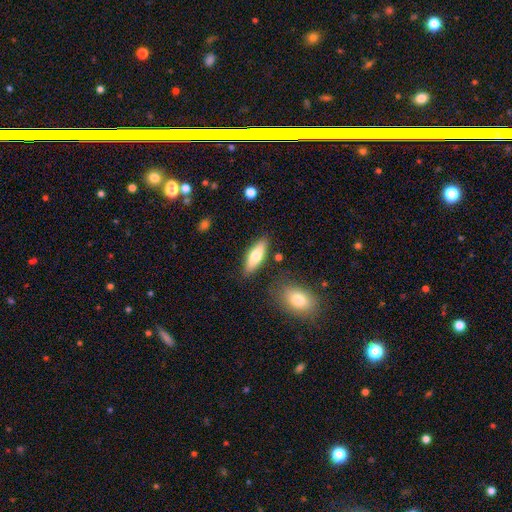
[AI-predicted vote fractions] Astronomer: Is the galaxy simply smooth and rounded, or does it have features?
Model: smooth — 69%.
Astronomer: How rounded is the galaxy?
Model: in between — 52% (runner-up: cigar-shaped, 46%).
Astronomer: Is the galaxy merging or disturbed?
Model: none — 82%.